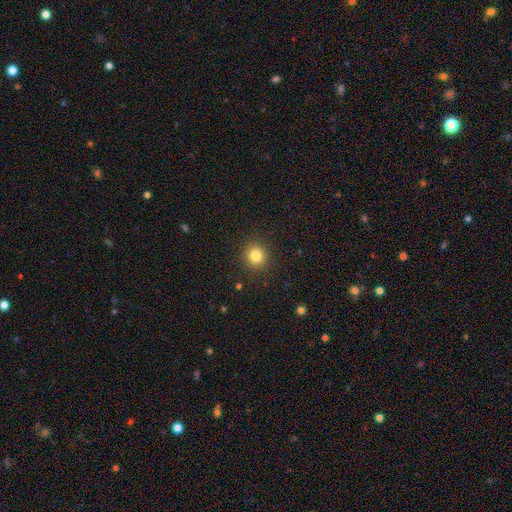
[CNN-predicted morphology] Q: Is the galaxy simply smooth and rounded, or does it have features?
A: smooth — 82%.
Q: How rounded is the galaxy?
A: round — 91%.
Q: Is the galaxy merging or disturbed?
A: none — 91%.